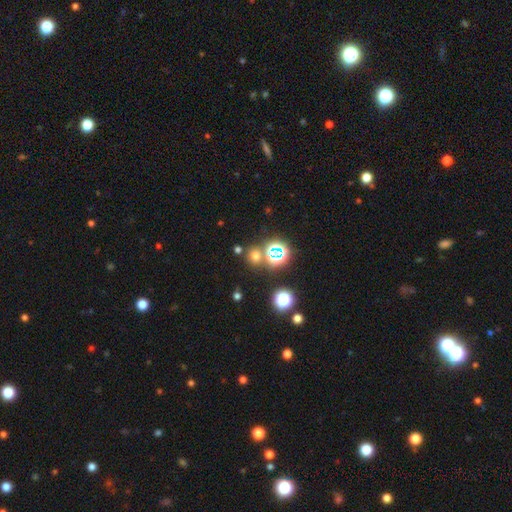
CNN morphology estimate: This appears to be a smooth galaxy with no disk features (58%) that is round (84%). Merging: none (76%).